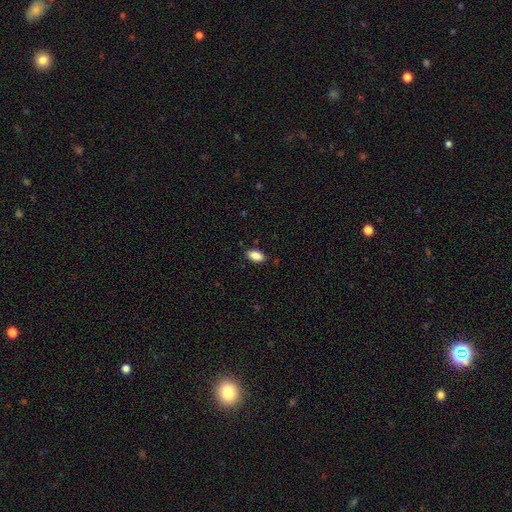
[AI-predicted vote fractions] A smooth galaxy with no disk features (88%) that is in between round and cigar-shaped (93%). Merging: none (87%).